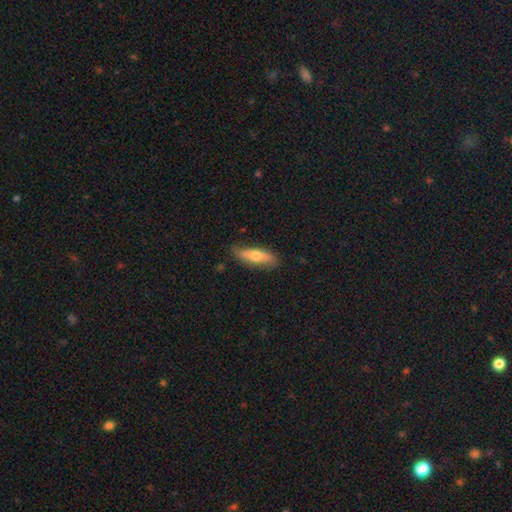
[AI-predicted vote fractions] A smooth galaxy with no disk features (61%) that is in between round and cigar-shaped (60%). Merging: none (75%).